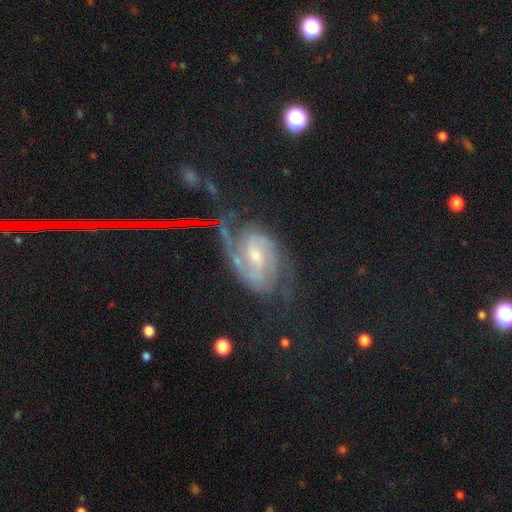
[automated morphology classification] type=featured or disk (85%); edge-on=no (97%); bar=weak (53%); spiral arms=yes (97%); winding=medium (47%); arm count=2 (79%); bulge=small (48%); merging=none (65%).